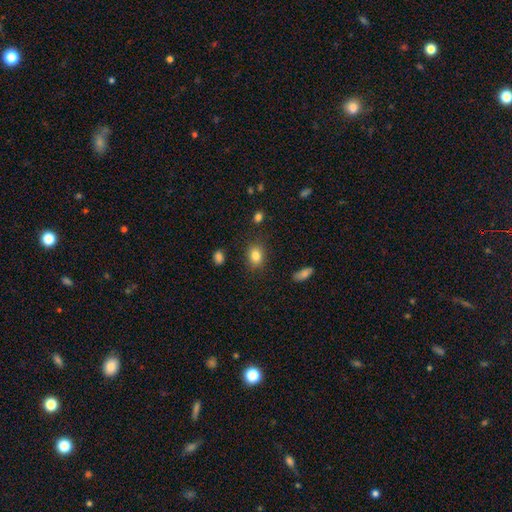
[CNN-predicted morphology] smooth 83%, star or artifact 10%, featured or disk 7%. Down the decision tree: how rounded — in between (59%); merging — none (84%).